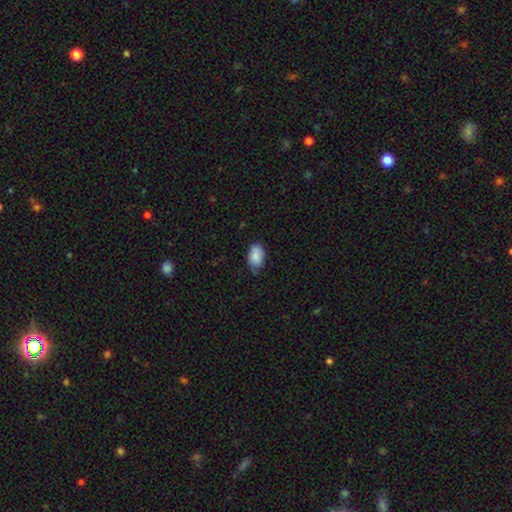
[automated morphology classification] Smooth or featured? smooth (86%)
How rounded? in between (91%)
Merging? none (63%)